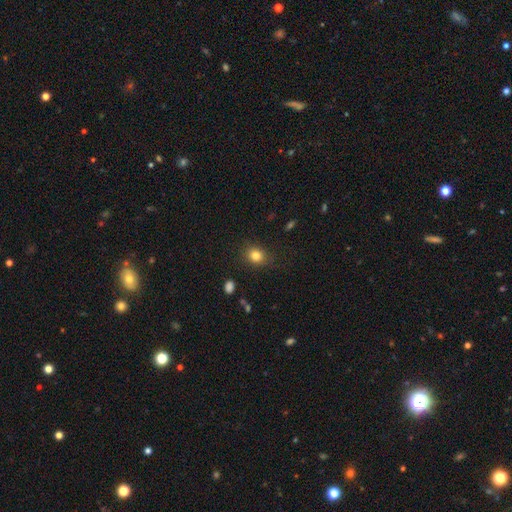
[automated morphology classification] The model was most divided on "how rounded": round: 62%, in between: 37%, cigar-shaped: 1%. More confident: merging — none (85%); smooth or featured — smooth (82%).